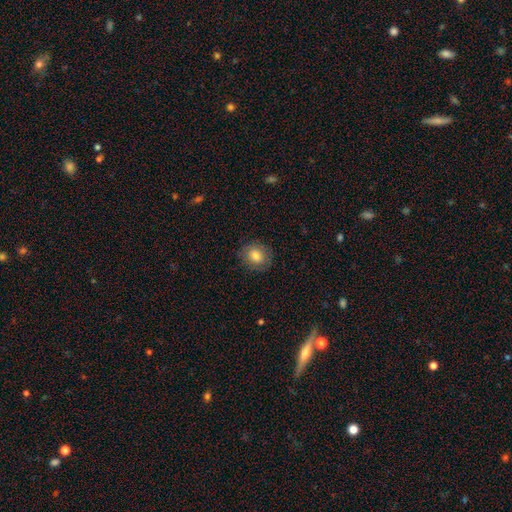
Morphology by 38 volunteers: smooth 82%, featured or disk 11%, star or artifact 8%. Down the decision tree: how rounded — round (52%); merging — none (86%).